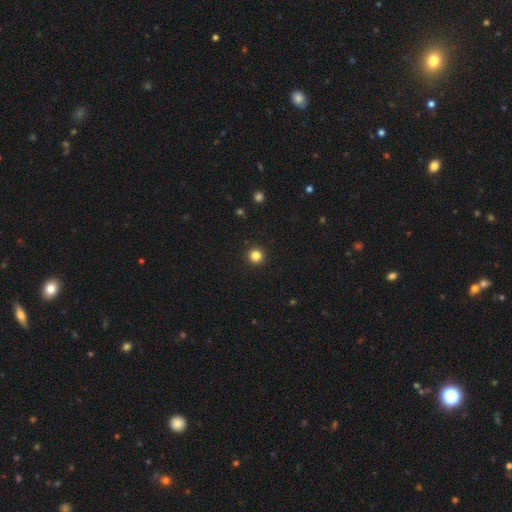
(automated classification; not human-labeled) Q: Smooth or featured?
A: smooth (84%); runner-up: star or artifact (12%)
Q: How rounded?
A: round (96%); runner-up: in between (3%)
Q: Merging?
A: none (94%); runner-up: minor disturbance (4%)